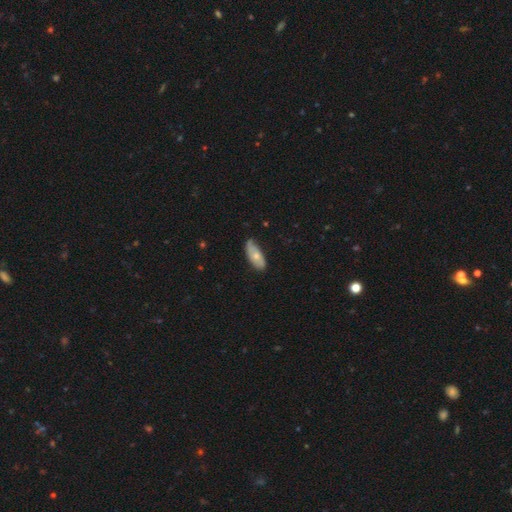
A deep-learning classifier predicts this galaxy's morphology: smooth_or_featured: smooth (p=0.59) [alt: featured or disk p=0.35]
how_rounded: in between (p=0.82) [alt: cigar-shaped p=0.15]
merging: none (p=0.60) [alt: minor disturbance p=0.32]